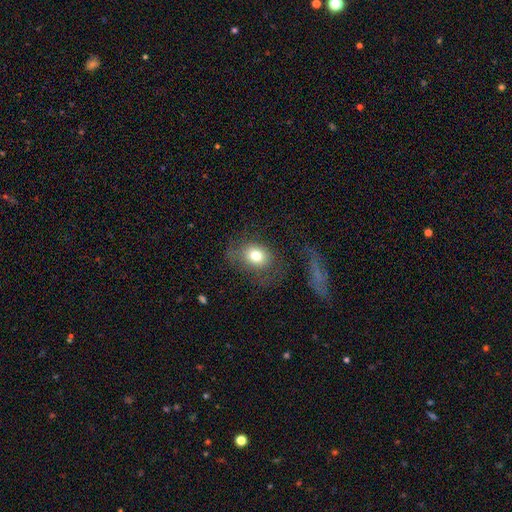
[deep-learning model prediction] A smooth galaxy with no disk features (74%) that is in between round and cigar-shaped (55%).

Vote fractions:
- Smooth or featured? smooth: 74% / featured or disk: 16% / star or artifact: 10%
- How rounded? in between: 55% / round: 44% / cigar-shaped: 1%
- Merging? none: 55% / major disturbance: 21% / minor disturbance: 20% / merger: 4%